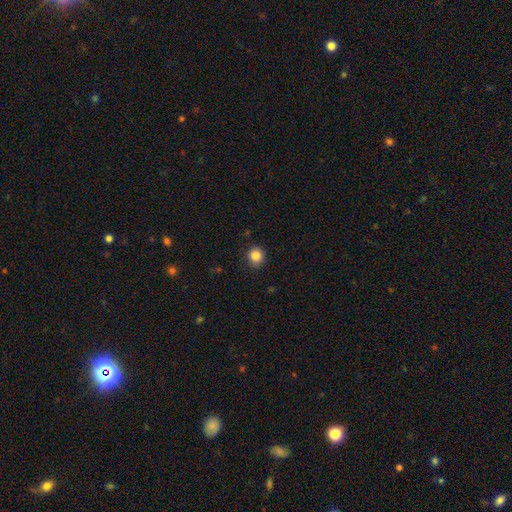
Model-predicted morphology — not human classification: smooth_or_featured: smooth (p=0.85) [alt: star or artifact p=0.10]
how_rounded: round (p=0.87) [alt: in between p=0.12]
merging: none (p=0.88) [alt: minor disturbance p=0.09]